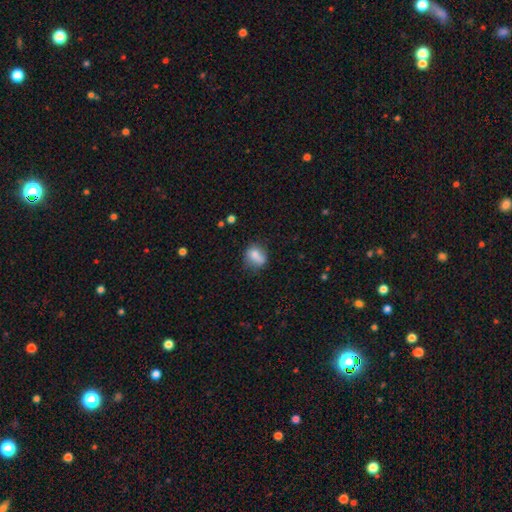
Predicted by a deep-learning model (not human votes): A smooth galaxy with no disk features (78%) that is round (53%).

Vote fractions:
- Smooth or featured? smooth: 78% / featured or disk: 13% / star or artifact: 9%
- How rounded? round: 53% / in between: 45% / cigar-shaped: 2%
- Merging? none: 56% / minor disturbance: 28% / major disturbance: 10% / merger: 6%